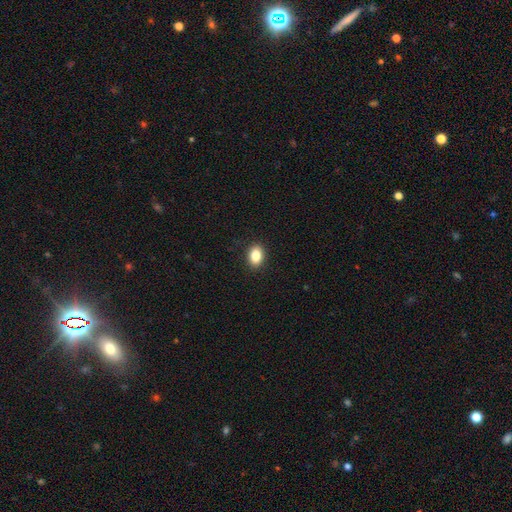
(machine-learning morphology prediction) type=smooth (86%); roundness=in between (75%); merging=none (90%).